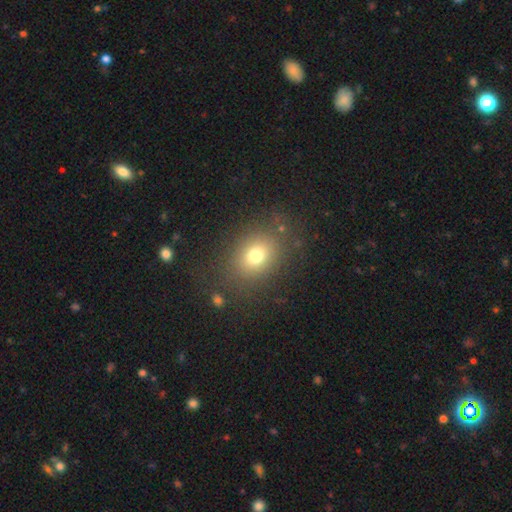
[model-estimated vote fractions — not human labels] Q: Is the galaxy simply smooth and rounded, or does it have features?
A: smooth — 74%.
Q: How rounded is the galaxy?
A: in between — 56%.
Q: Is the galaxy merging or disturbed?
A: none — 80%.